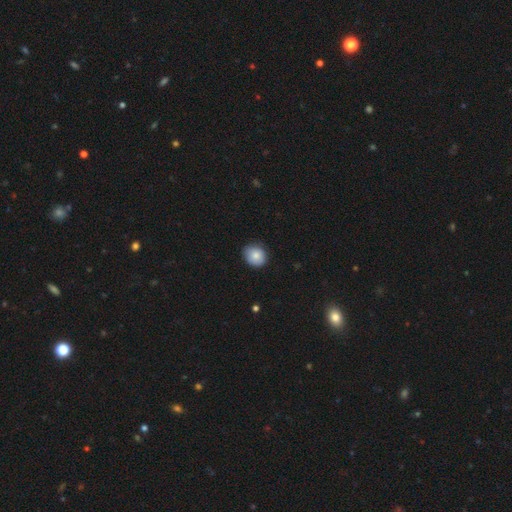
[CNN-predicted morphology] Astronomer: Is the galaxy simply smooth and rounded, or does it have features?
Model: smooth — 82%.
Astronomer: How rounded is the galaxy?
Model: round — 71%.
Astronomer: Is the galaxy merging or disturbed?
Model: none — 79%.